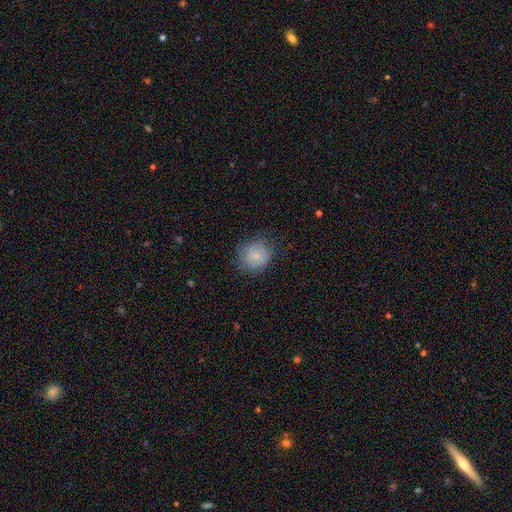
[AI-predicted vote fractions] A smooth galaxy with no disk features (75%) that is round (82%).

Vote fractions:
- Smooth or featured? smooth: 75% / featured or disk: 17% / star or artifact: 9%
- How rounded? round: 82% / in between: 18% / cigar-shaped: 1%
- Merging? none: 69% / minor disturbance: 22% / major disturbance: 8% / merger: 1%